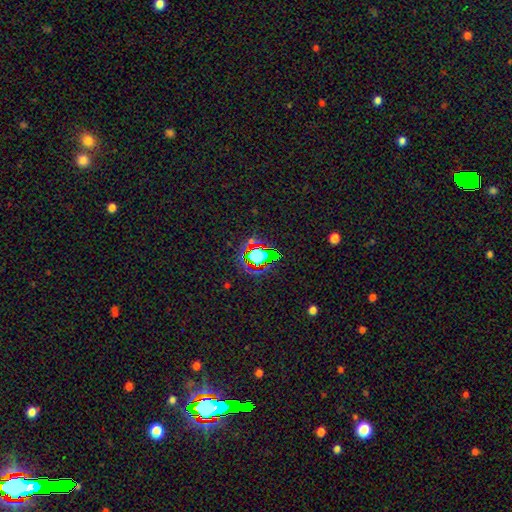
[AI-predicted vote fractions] smooth-or-featured: star or artifact: 57% | smooth: 29% | featured or disk: 13%